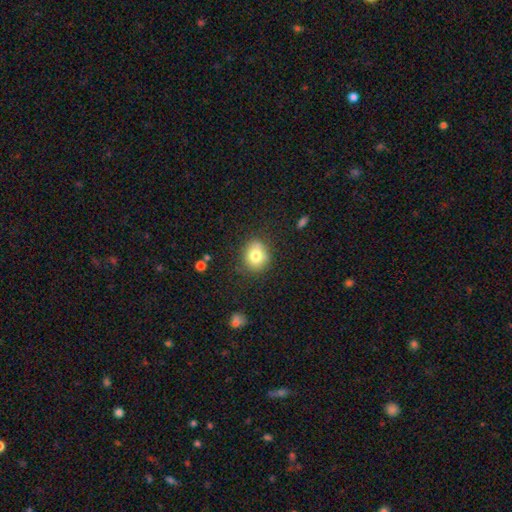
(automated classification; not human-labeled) Smooth or featured? Predicted: smooth (p=0.78). How rounded? Predicted: round (p=0.71). Merging? Predicted: none (p=0.78).